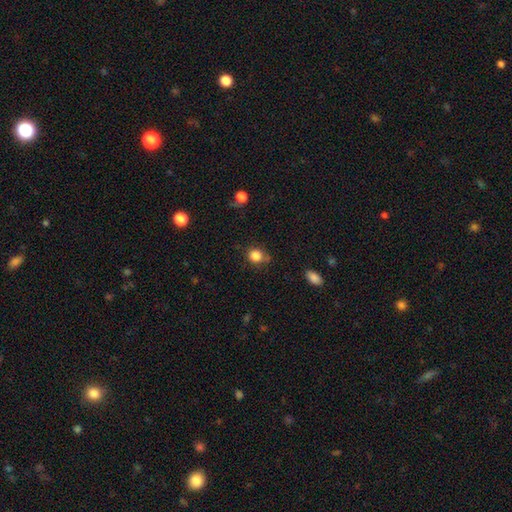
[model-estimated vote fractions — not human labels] Smooth or featured: smooth — 85% (star or artifact — 11%)
How rounded: round — 80% (in between — 19%)
Merging: none — 74% (minor disturbance — 17%)